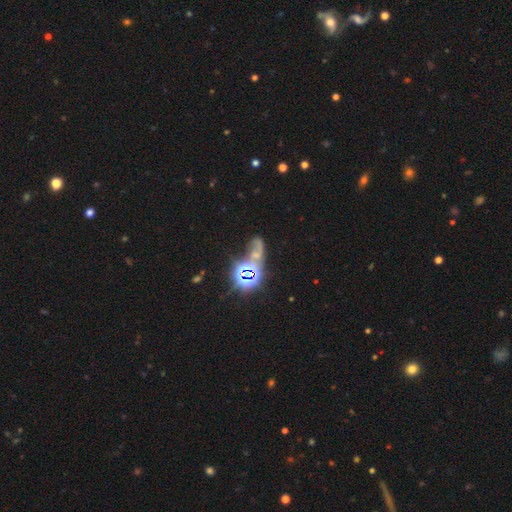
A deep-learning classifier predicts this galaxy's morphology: The model was most divided on "smooth or featured": star or artifact: 57%, featured or disk: 22%, smooth: 20%.